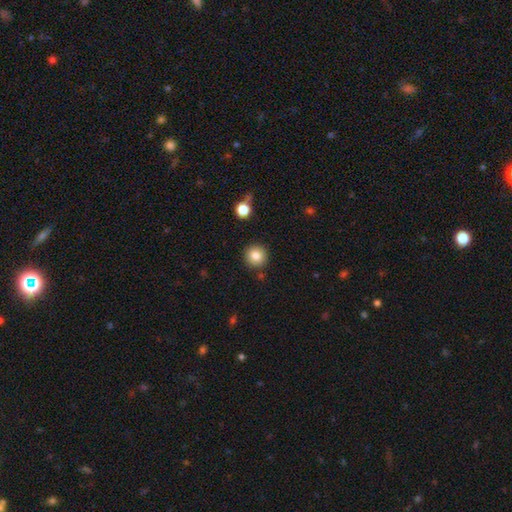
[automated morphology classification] Smooth or featured? smooth (83%)
How rounded? round (94%)
Merging? none (88%)